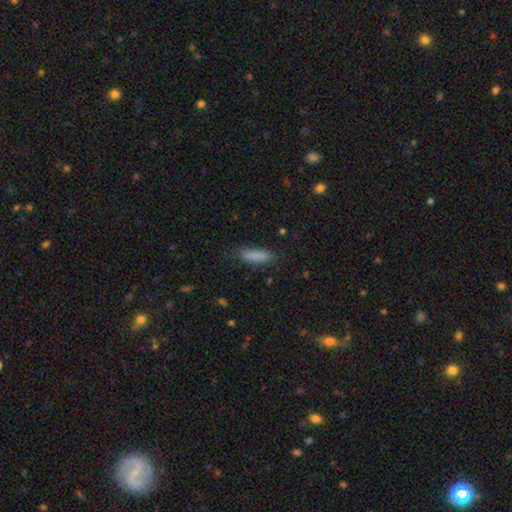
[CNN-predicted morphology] Smooth or featured? Predicted: smooth (p=0.85). How rounded? Predicted: cigar-shaped (p=0.66). Merging? Predicted: none (p=0.80).